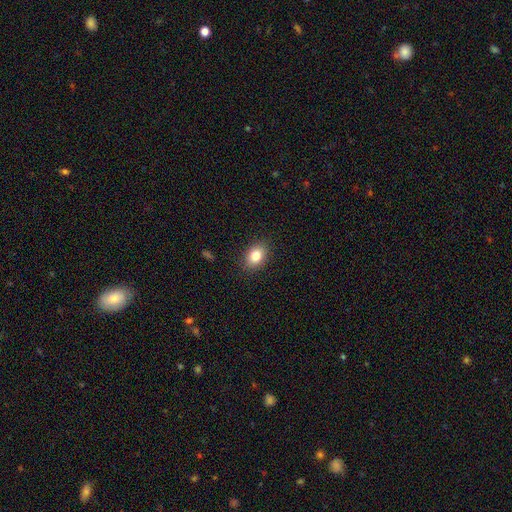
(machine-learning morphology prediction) Q: Smooth or featured?
A: smooth (82%); runner-up: star or artifact (10%)
Q: How rounded?
A: in between (70%); runner-up: round (29%)
Q: Merging?
A: none (88%); runner-up: minor disturbance (9%)